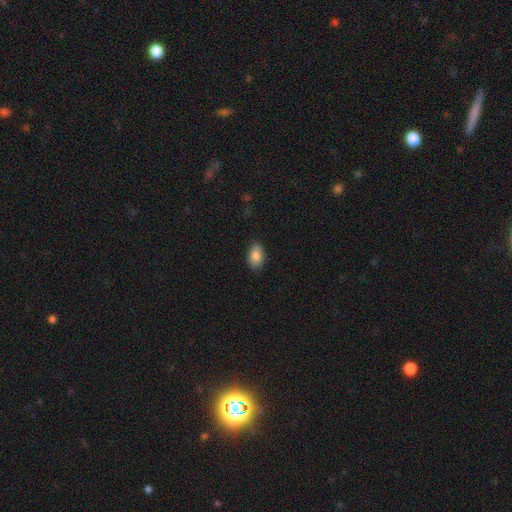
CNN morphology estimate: A smooth galaxy with no disk features (83%) that is in between round and cigar-shaped (90%). Merging: none (83%).